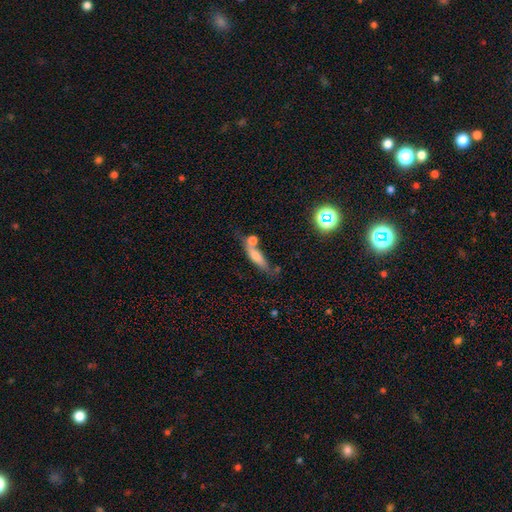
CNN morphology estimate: smooth 67%, featured or disk 23%, star or artifact 10%. Down the decision tree: how rounded — cigar-shaped (58%); merging — none (45%).